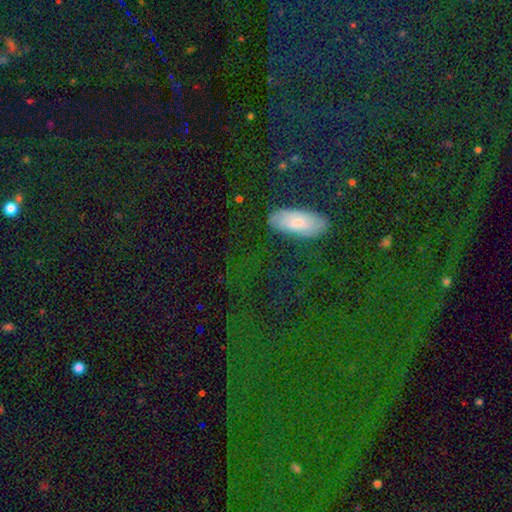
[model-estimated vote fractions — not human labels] The model was most divided on "smooth or featured": smooth: 47%, star or artifact: 35%, featured or disk: 18%. More confident: merging — none (82%).